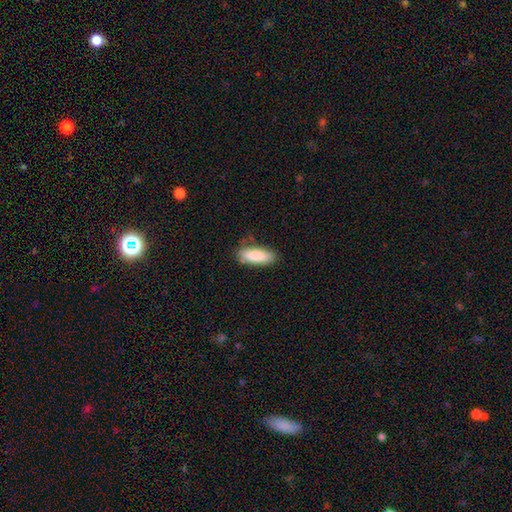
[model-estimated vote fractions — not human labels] smooth 85%, featured or disk 8%, star or artifact 6%. Down the decision tree: how rounded — in between (69%); merging — none (72%).